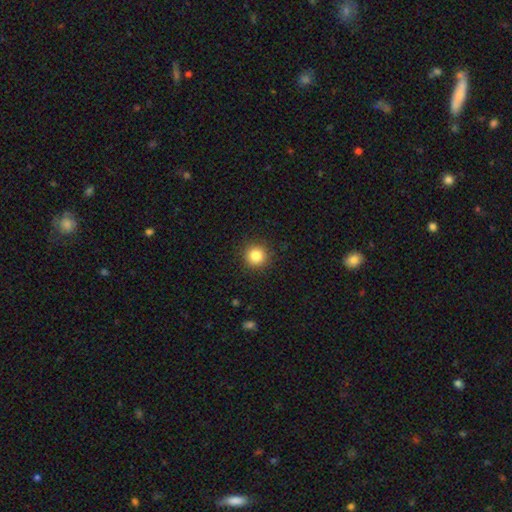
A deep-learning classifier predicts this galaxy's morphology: smooth-or-featured: smooth: 84% | star or artifact: 11% | featured or disk: 5%
  how-rounded: round: 94% | in between: 5% | cigar-shaped: 1%
  merging: none: 91% | minor disturbance: 6% | major disturbance: 2% | merger: 1%